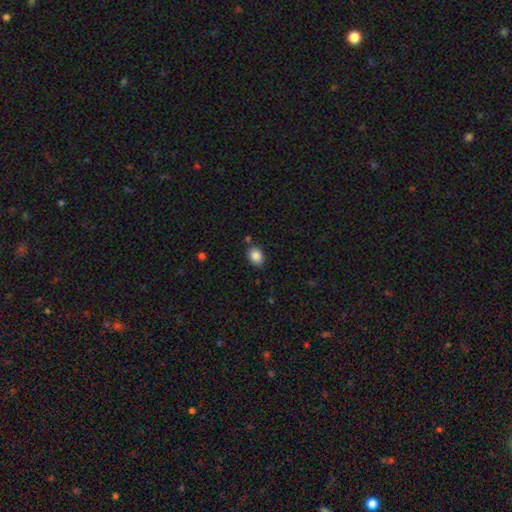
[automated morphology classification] Smooth or featured?
  - smooth: 87% *
  - star or artifact: 8%
  - featured or disk: 4%
How rounded?
  - in between: 61% *
  - round: 38%
  - cigar-shaped: 1%
Merging?
  - none: 77% *
  - minor disturbance: 15%
  - merger: 5%
  - major disturbance: 3%